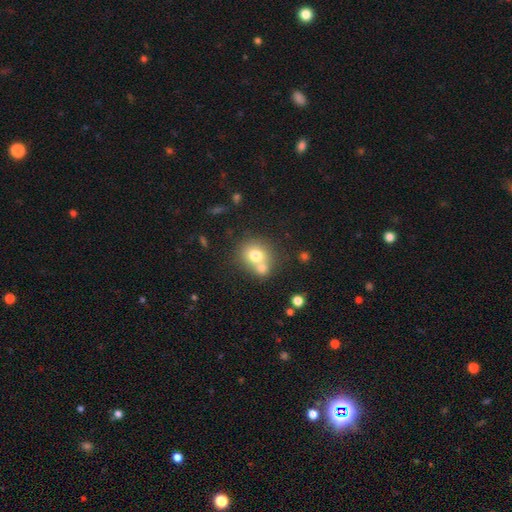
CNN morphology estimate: This is likely a smooth galaxy (72%). How rounded: likely round (76%). Merging: possibly merger (46%).